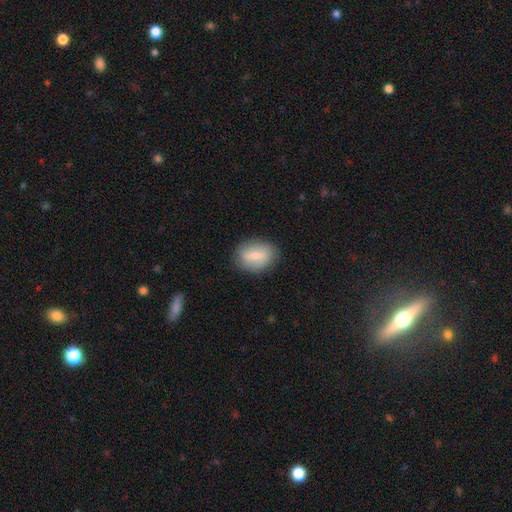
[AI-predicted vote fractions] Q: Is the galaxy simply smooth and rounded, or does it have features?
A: smooth — 75%.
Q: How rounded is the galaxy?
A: in between — 62%.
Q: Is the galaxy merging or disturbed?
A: none — 84%.